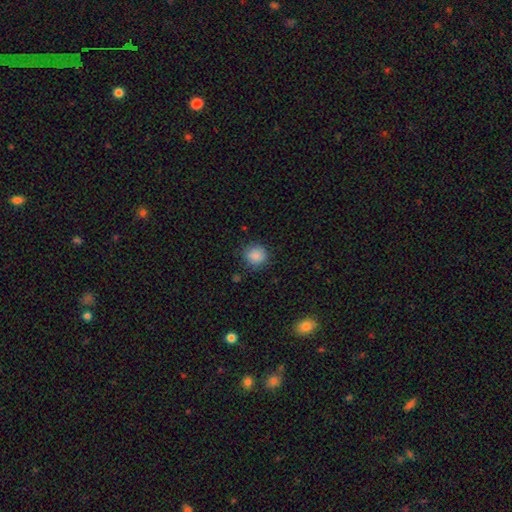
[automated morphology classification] smooth_or_featured: smooth (p=0.86) [alt: star or artifact p=0.09]
how_rounded: round (p=0.87) [alt: in between p=0.12]
merging: none (p=0.81) [alt: minor disturbance p=0.14]